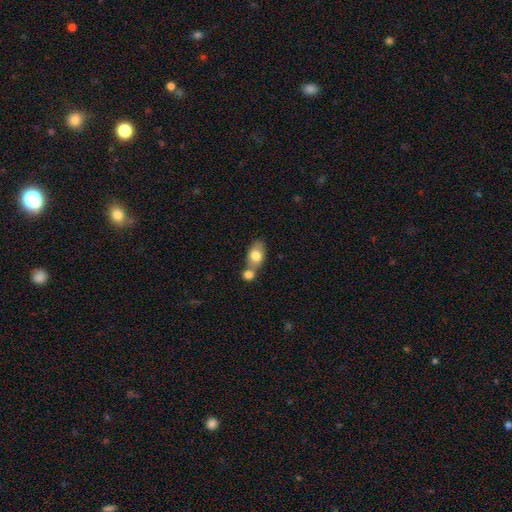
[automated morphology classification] smooth_or_featured: smooth (p=0.76) [alt: featured or disk p=0.17]
how_rounded: in between (p=0.81) [alt: round p=0.16]
merging: merger (p=0.52) [alt: none p=0.35]